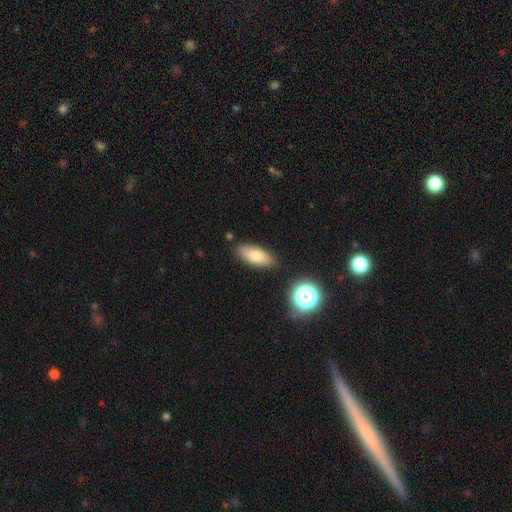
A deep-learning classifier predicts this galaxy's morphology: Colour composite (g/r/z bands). It shows a smooth galaxy with no disk features (76%) that is in between round and cigar-shaped (75%). Merging: none (83%).